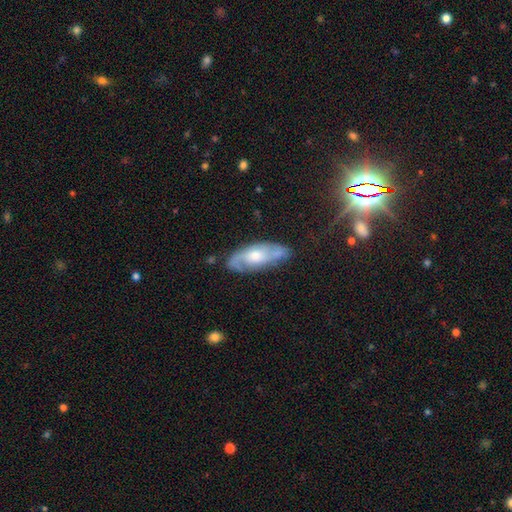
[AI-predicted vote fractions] This is likely a featured or disk galaxy (67%). It is clearly not viewed edge-on (85%). Bar: likely no (68%). Spiral arm pattern: clearly yes (84%). Central bulge: possibly moderate (59%). Merging: likely none (73%).